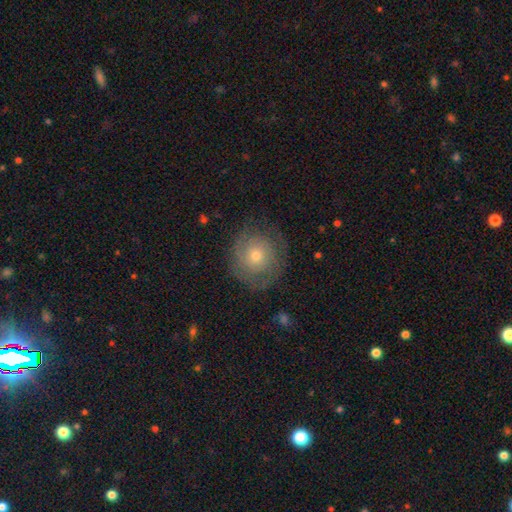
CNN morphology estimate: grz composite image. It shows a smooth galaxy with no disk features (46%). Merging: none (76%).